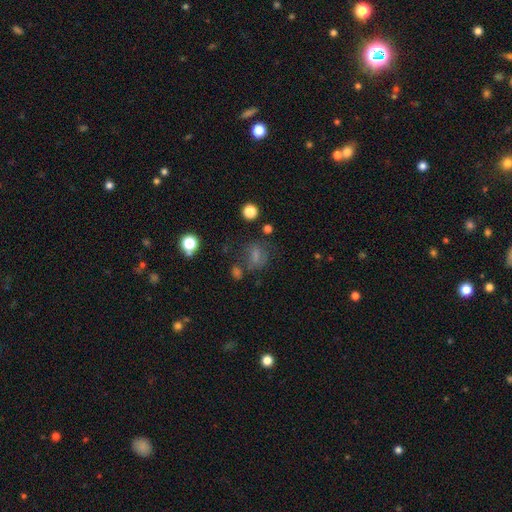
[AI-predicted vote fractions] smooth 65%, star or artifact 19%, featured or disk 16%. Down the decision tree: how rounded — in between (53%); merging — none (57%).